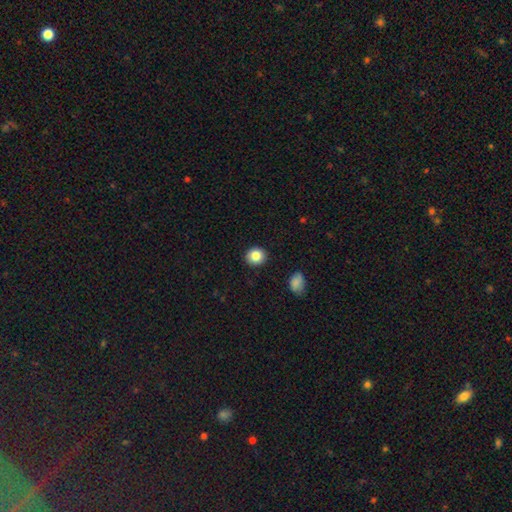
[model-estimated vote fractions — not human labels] Smooth or featured?
  - smooth: 84% *
  - star or artifact: 9%
  - featured or disk: 7%
How rounded?
  - round: 85% *
  - in between: 14%
  - cigar-shaped: 1%
Merging?
  - none: 91% *
  - minor disturbance: 6%
  - major disturbance: 2%
  - merger: 1%